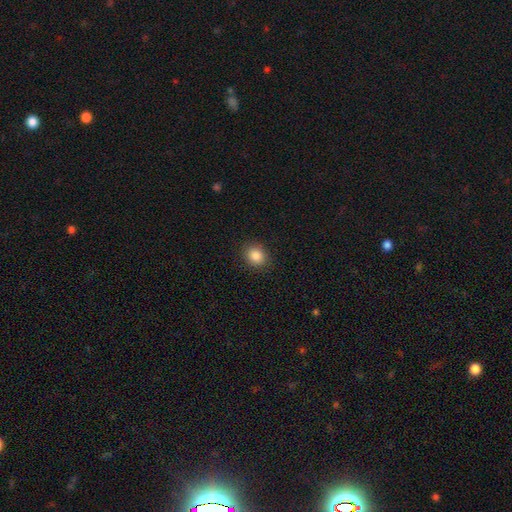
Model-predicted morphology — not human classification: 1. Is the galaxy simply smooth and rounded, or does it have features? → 86% smooth, 9% star or artifact, 4% featured or disk.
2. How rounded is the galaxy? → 64% round, 35% in between, 1% cigar-shaped.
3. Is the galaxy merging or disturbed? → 89% none, 8% minor disturbance, 2% major disturbance, 1% merger.